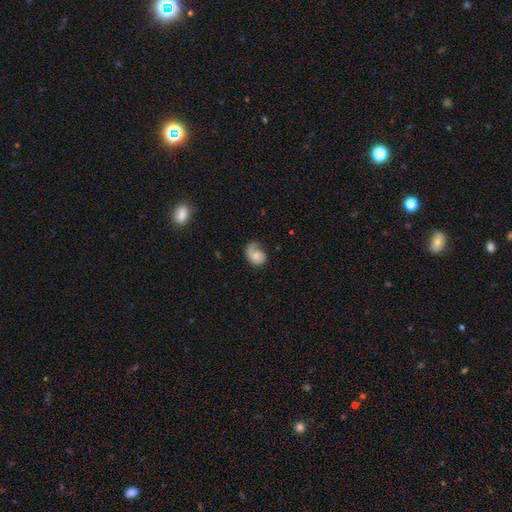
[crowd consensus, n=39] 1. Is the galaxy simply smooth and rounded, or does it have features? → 51% featured or disk, 46% smooth, 3% star or artifact.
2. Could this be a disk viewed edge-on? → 95% no, 5% yes.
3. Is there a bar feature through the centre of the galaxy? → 84% no, 11% weak, 5% strong.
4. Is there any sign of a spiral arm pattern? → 89% yes, 11% no.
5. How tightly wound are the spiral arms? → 53% medium, 35% loose, 12% tight.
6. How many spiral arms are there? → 82% 1, 12% can't tell, 6% 2, 0% 3, 0% 4, 0% more than 4.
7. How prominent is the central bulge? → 42% moderate (tied), 42% small (tied), 16% none, 0% dominant, 0% large.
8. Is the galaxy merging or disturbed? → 37% none, 34% major disturbance, 29% minor disturbance, 0% merger.